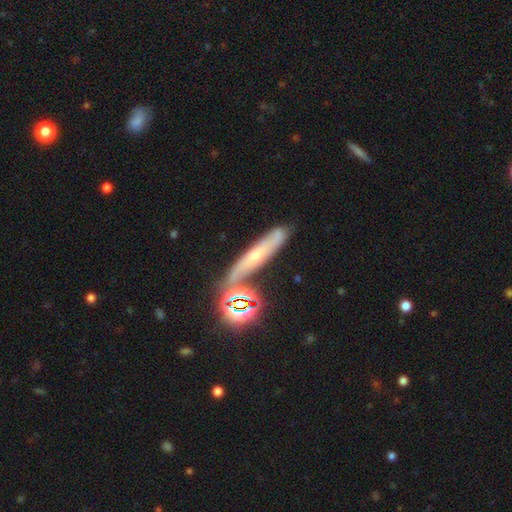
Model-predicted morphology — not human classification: smooth_or_featured: featured or disk (p=0.39) [alt: smooth p=0.33]
merging: none (p=0.68) [alt: minor disturbance p=0.16]